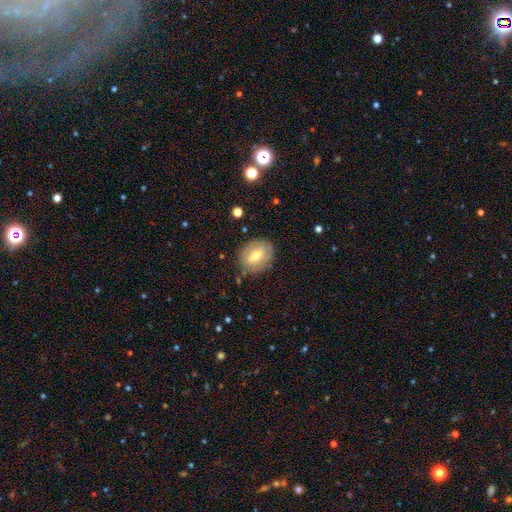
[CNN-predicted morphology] Q: Smooth or featured?
A: smooth (55%); runner-up: featured or disk (37%)
Q: How rounded?
A: in between (54%); runner-up: round (44%)
Q: Merging?
A: none (81%); runner-up: minor disturbance (13%)